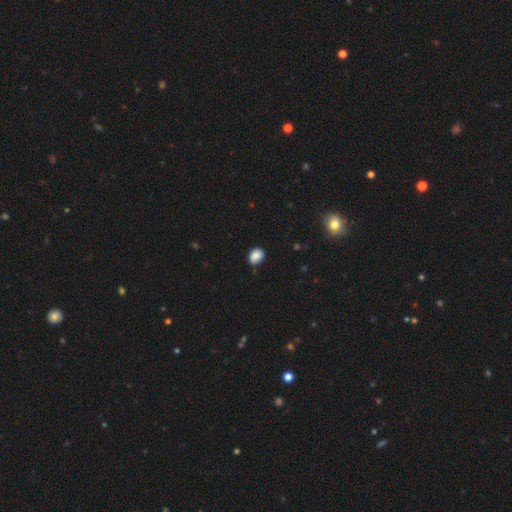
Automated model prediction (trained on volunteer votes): This is clearly a smooth galaxy (87%). How rounded: likely in between (61%). Merging: likely none (79%).